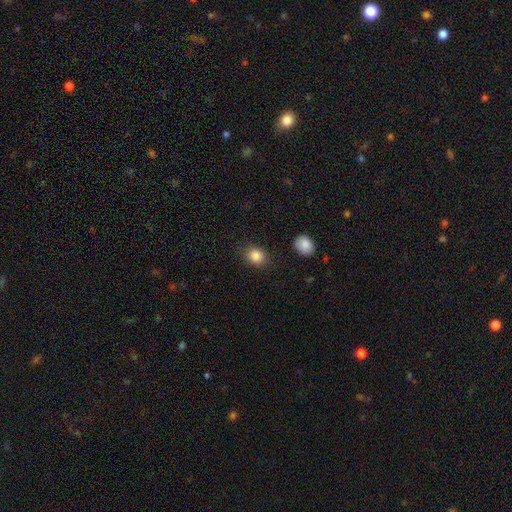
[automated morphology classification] This is clearly a smooth galaxy (86%). How rounded: possibly round (50%). Merging: clearly none (81%).